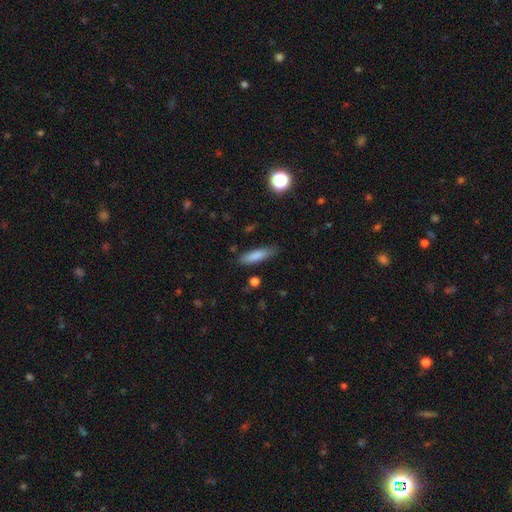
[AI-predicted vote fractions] This appears to be a smooth galaxy with no disk features (82%) that is cigar-shaped (67%). Merging: none (79%).